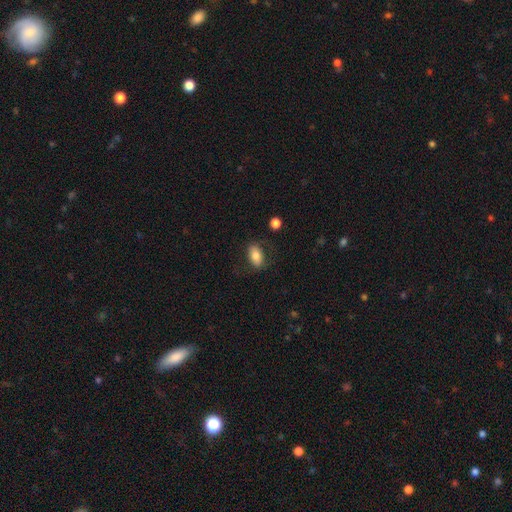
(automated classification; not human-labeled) A smooth galaxy with no disk features (79%) that is in between round and cigar-shaped (90%). Merging: none (75%).